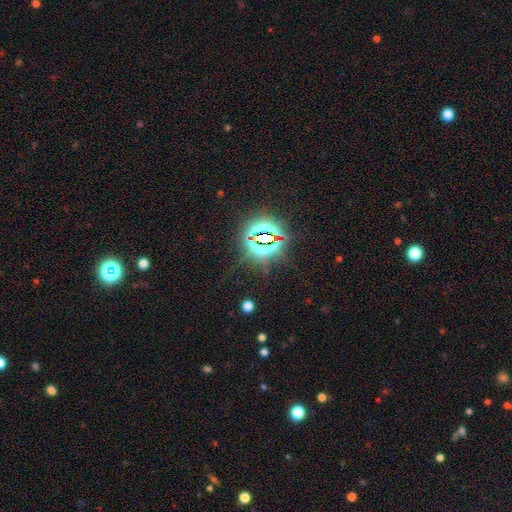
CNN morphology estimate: smooth-or-featured: star or artifact: 79% | smooth: 14% | featured or disk: 8%